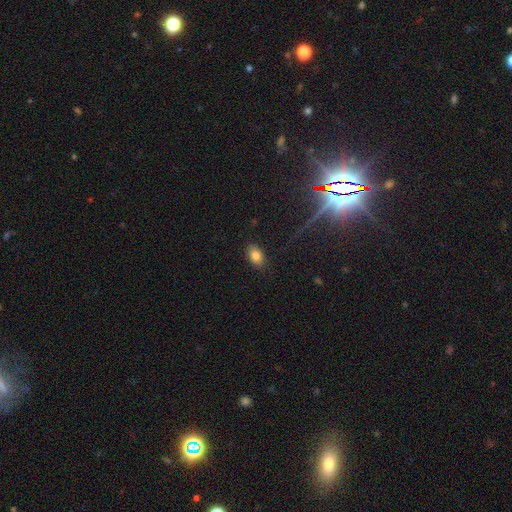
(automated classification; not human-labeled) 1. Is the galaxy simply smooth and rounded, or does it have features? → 81% smooth, 9% star or artifact, 9% featured or disk.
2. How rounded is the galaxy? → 89% in between, 9% round, 2% cigar-shaped.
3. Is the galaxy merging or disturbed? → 87% none, 10% minor disturbance, 2% major disturbance, 1% merger.